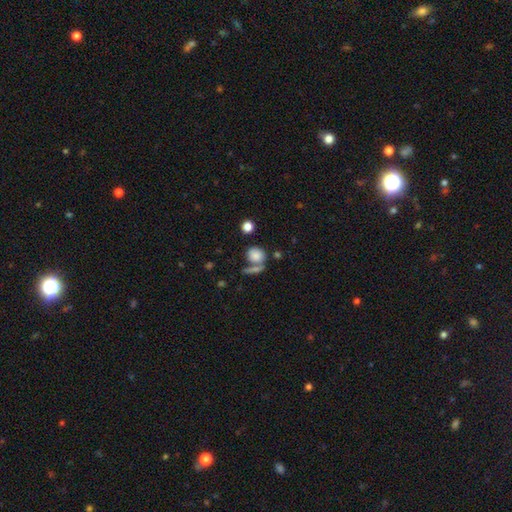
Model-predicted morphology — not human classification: smooth_or_featured: smooth (p=0.81) [alt: star or artifact p=0.10]
how_rounded: round (p=0.64) [alt: in between p=0.32]
merging: none (p=0.55) [alt: merger p=0.27]